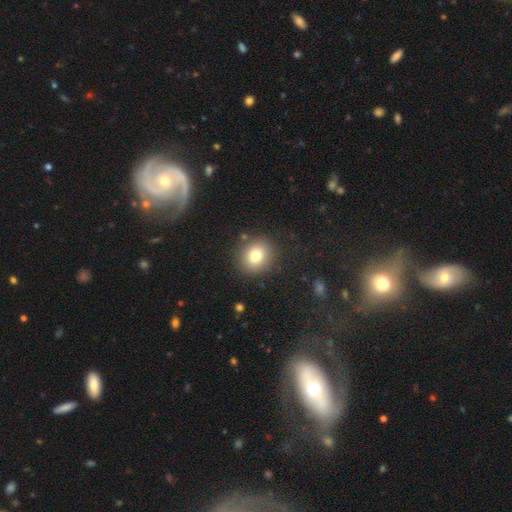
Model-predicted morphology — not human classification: Smooth or featured: smooth — 79% (star or artifact — 11%)
How rounded: round — 78% (in between — 21%)
Merging: none — 86% (minor disturbance — 9%)